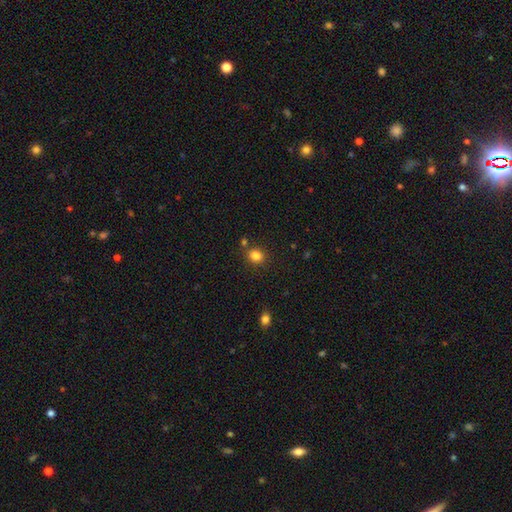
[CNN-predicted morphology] A smooth galaxy with no disk features (83%) that is round (68%).

Vote fractions:
- Smooth or featured? smooth: 83% / star or artifact: 12% / featured or disk: 5%
- How rounded? round: 68% / in between: 31% / cigar-shaped: 1%
- Merging? none: 79% / minor disturbance: 10% / merger: 8% / major disturbance: 3%